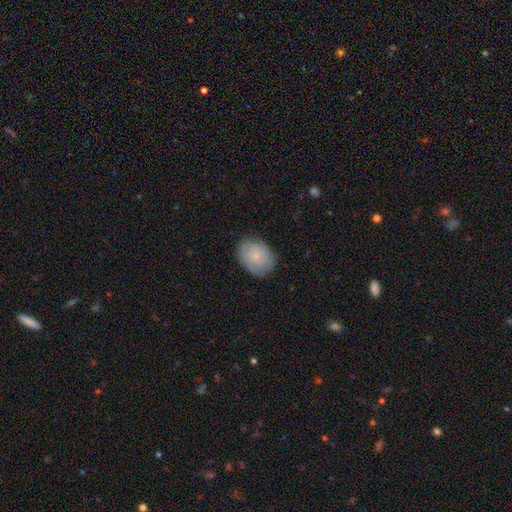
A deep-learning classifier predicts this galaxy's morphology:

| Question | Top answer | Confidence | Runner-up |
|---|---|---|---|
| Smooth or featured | smooth | 64% | featured or disk (28%) |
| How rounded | in between | 69% | round (30%) |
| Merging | none | 78% | minor disturbance (17%) |